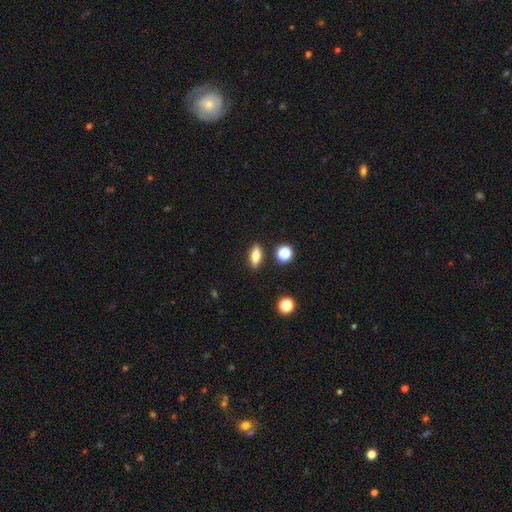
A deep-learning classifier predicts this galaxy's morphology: A smooth galaxy with no disk features (77%) that is in between round and cigar-shaped (71%).

Vote fractions:
- Smooth or featured? smooth: 77% / featured or disk: 13% / star or artifact: 10%
- How rounded? in between: 71% / cigar-shaped: 23% / round: 7%
- Merging? none: 87% / minor disturbance: 8% / merger: 3% / major disturbance: 2%